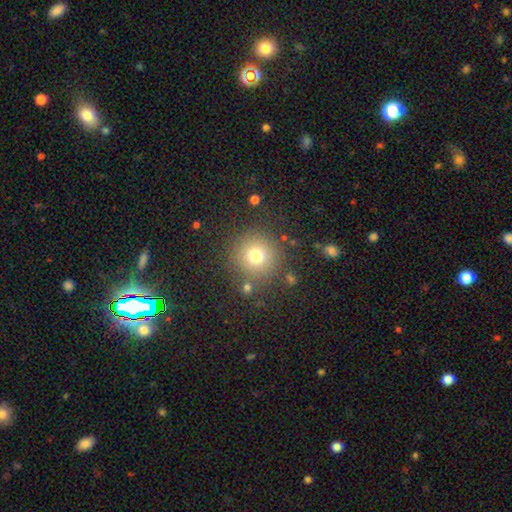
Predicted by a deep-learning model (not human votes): The model was most divided on "smooth or featured": smooth: 74%, star or artifact: 16%, featured or disk: 10%. More confident: how rounded — round (94%); merging — none (83%).